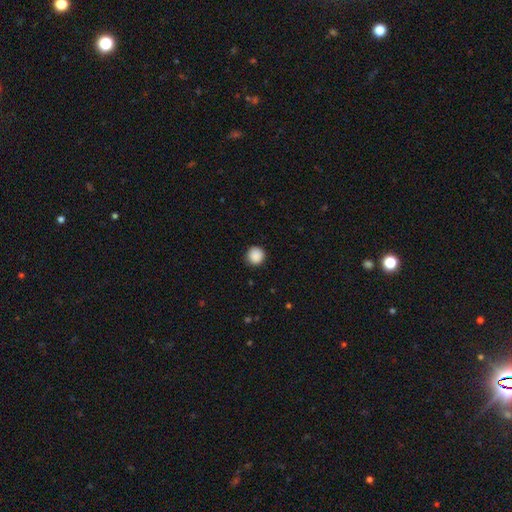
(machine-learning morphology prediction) A smooth galaxy with no disk features (89%) that is round (95%). Merging: none (91%).